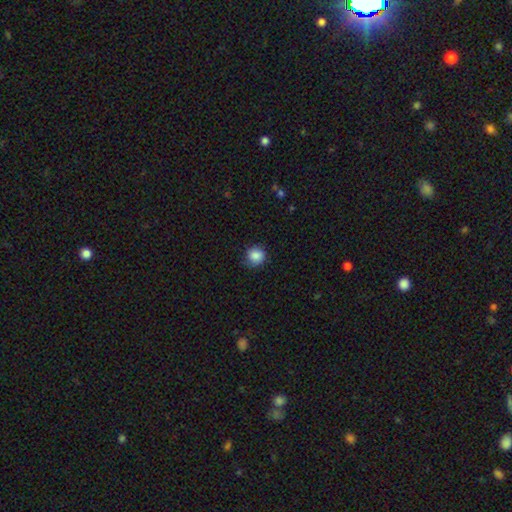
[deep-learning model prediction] Morphology: type=smooth (87%); roundness=round (88%); merging=none (81%).